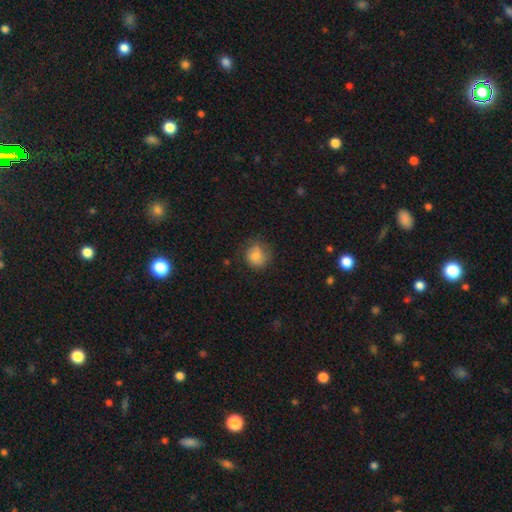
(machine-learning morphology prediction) This is likely a smooth galaxy (76%). How rounded: clearly round (82%). Merging: likely none (67%).